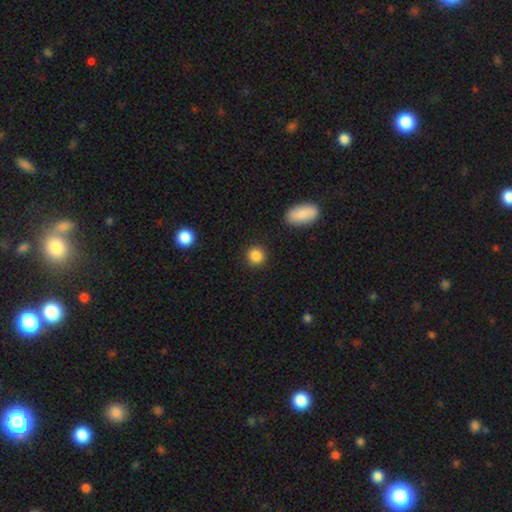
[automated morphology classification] smooth 87%, star or artifact 10%, featured or disk 4%. Down the decision tree: how rounded — round (90%); merging — none (90%).